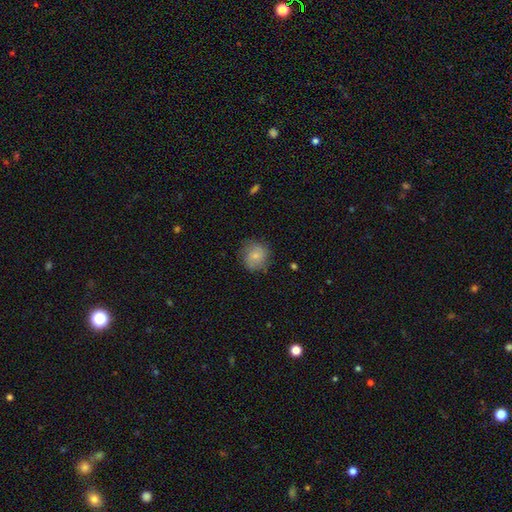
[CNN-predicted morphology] This appears to be a smooth galaxy with no disk features (63%) that is round (86%). Merging: none (74%).